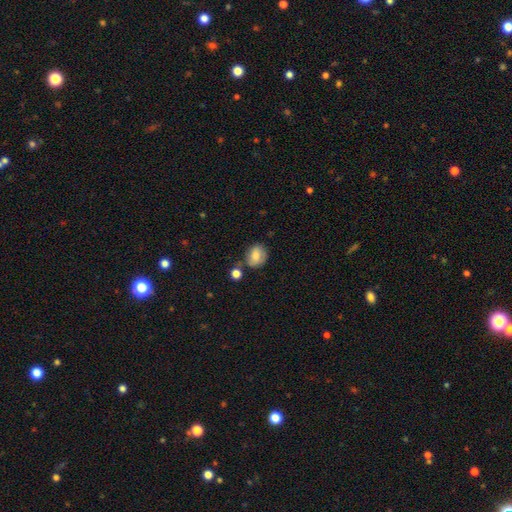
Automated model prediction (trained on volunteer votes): Smooth or featured? smooth (75%)
How rounded? round (55%)
Merging? none (66%)